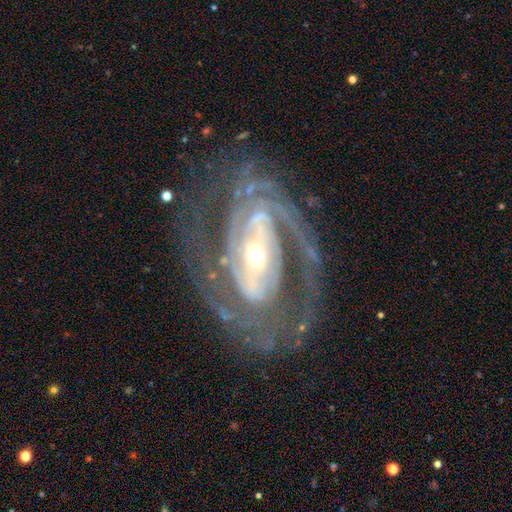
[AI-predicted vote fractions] smooth_or_featured: featured or disk (p=0.92) [alt: star or artifact p=0.04]
disk_edge_on: no (p=0.96) [alt: yes p=0.04]
bar: strong (p=0.45) [alt: weak p=0.31]
has_spiral_arms: yes (p=0.97) [alt: no p=0.03]
spiral_winding: tight (p=0.49) [alt: medium p=0.39]
spiral_arm_count: 2 (p=0.45) [alt: 3 p=0.18]
bulge_size: moderate (p=0.54) [alt: small p=0.38]
merging: none (p=0.63) [alt: major disturbance p=0.18]